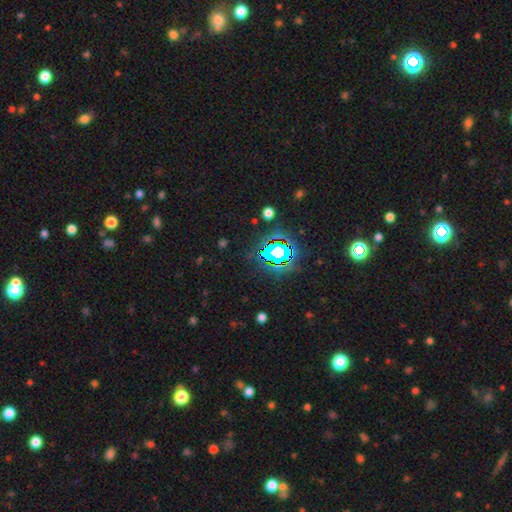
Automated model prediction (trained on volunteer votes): This appears to be a star or artifact, not a galaxy (80%).